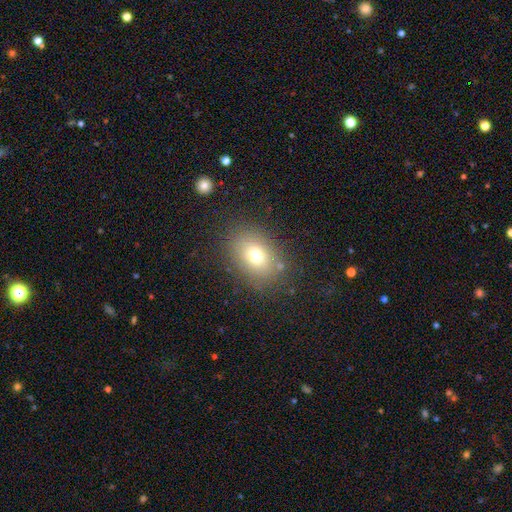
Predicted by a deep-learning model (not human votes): Smooth or featured?
  - smooth: 71% *
  - featured or disk: 15%
  - star or artifact: 14%
How rounded?
  - in between: 67% *
  - round: 32%
  - cigar-shaped: 1%
Merging?
  - none: 81% *
  - minor disturbance: 11%
  - major disturbance: 5%
  - merger: 3%